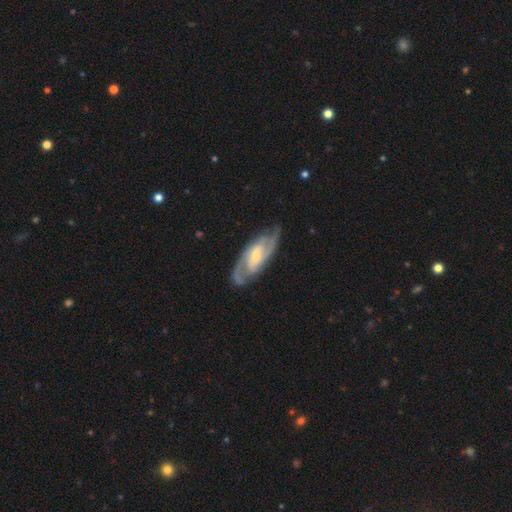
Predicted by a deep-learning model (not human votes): This is clearly a featured or disk galaxy (86%). It is clearly not viewed edge-on (93%). Bar: marginally weak (44%). Spiral arm pattern: clearly yes (96%). Spiral arm count: clearly 2 (80%). Spiral winding: possibly medium (50%). Central bulge: possibly small (54%). Merging: likely none (77%).